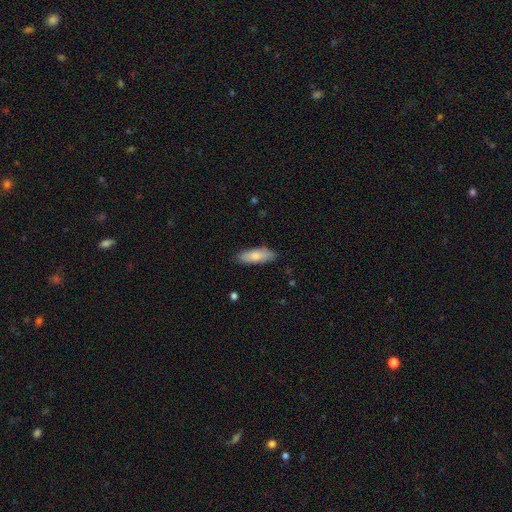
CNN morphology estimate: A smooth galaxy with no disk features (81%) that is in between round and cigar-shaped (61%).

Vote fractions:
- Smooth or featured? smooth: 81% / featured or disk: 14% / star or artifact: 6%
- How rounded? in between: 61% / cigar-shaped: 37% / round: 2%
- Merging? none: 85% / minor disturbance: 12% / major disturbance: 2% / merger: 1%